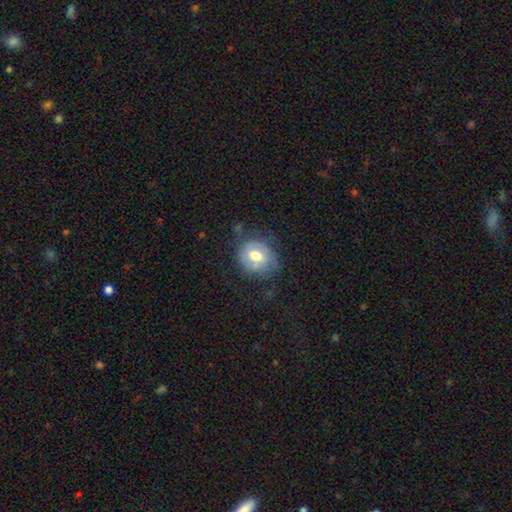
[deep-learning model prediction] Smooth or featured?
  - smooth: 61% *
  - featured or disk: 31%
  - star or artifact: 8%
How rounded?
  - round: 71% *
  - in between: 28%
  - cigar-shaped: 1%
Merging?
  - none: 62% *
  - minor disturbance: 25%
  - major disturbance: 11%
  - merger: 2%